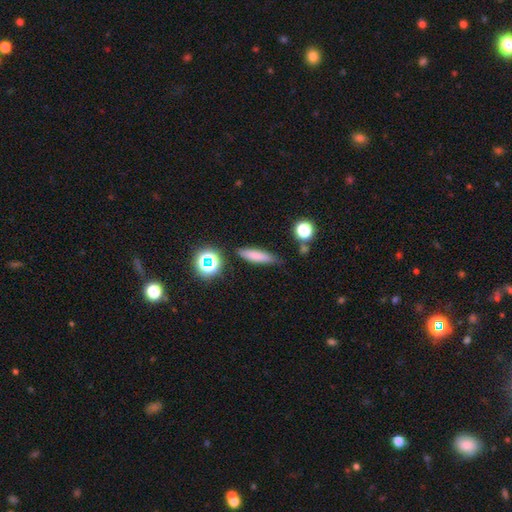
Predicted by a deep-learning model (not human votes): The model was most divided on "how rounded": cigar-shaped: 72%, in between: 25%, round: 4%. More confident: merging — none (78%); smooth or featured — smooth (76%).